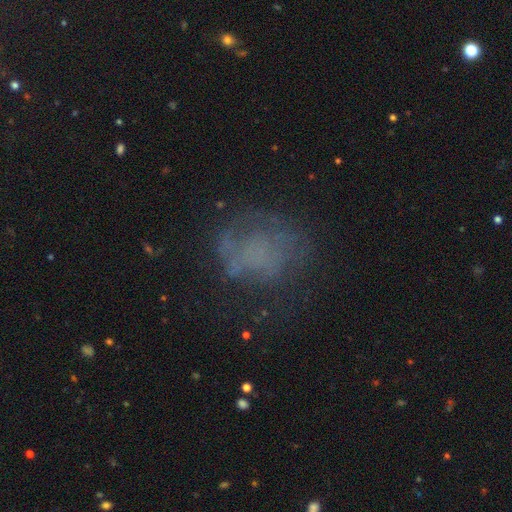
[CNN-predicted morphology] The model was most divided on "smooth or featured": featured or disk: 38%, smooth: 37%, star or artifact: 26%. More confident: merging — none (60%).